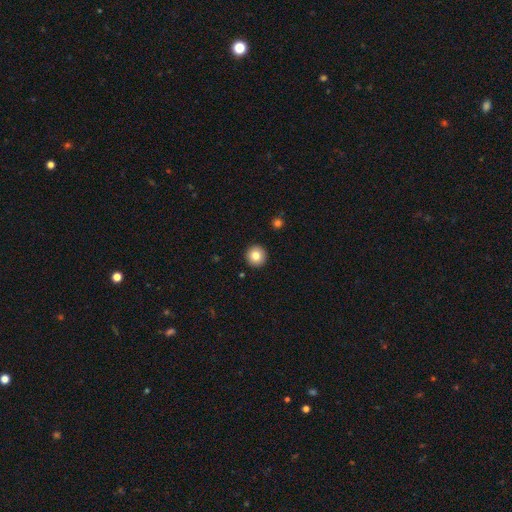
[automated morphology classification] A smooth galaxy with no disk features (83%) that is round (96%).

Vote fractions:
- Smooth or featured? smooth: 83% / star or artifact: 10% / featured or disk: 8%
- How rounded? round: 96% / in between: 3% / cigar-shaped: 1%
- Merging? none: 93% / minor disturbance: 4% / major disturbance: 1% / merger: 1%